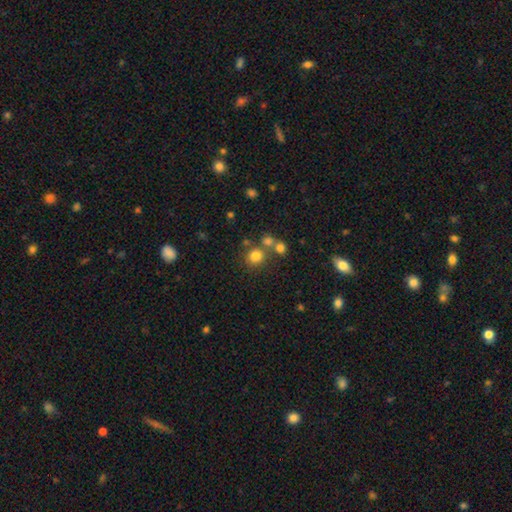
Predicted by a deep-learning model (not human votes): Q: Smooth or featured?
A: smooth (77%); runner-up: star or artifact (15%)
Q: How rounded?
A: round (89%); runner-up: in between (10%)
Q: Merging?
A: none (67%); runner-up: merger (21%)